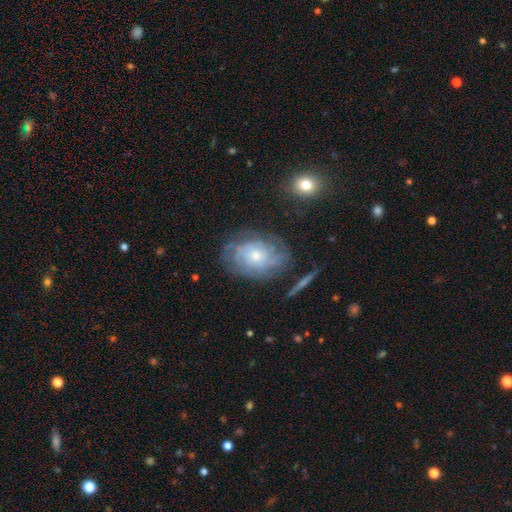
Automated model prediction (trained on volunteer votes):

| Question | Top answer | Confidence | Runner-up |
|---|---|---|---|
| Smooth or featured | featured or disk | 71% | smooth (20%) |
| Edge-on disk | no | 95% | yes (5%) |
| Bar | no | 80% | weak (17%) |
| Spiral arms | yes | 86% | no (14%) |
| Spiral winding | tight | 65% | medium (26%) |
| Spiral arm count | can't tell | 53% | 2 (13%) |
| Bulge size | small | 55% | moderate (38%) |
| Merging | none | 70% | minor disturbance (18%) |